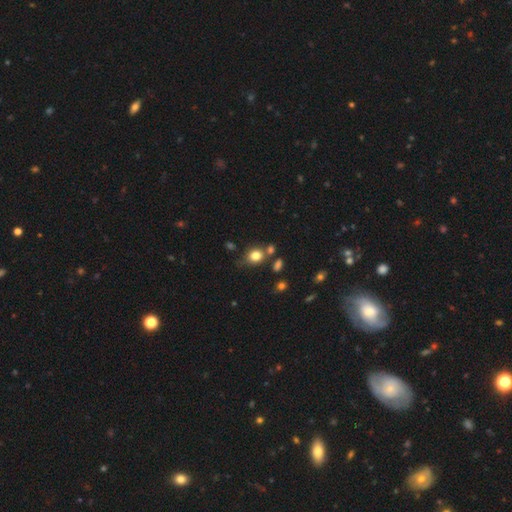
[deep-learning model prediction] This is clearly a smooth galaxy (80%). How rounded: likely round (66%). Merging: likely none (62%).